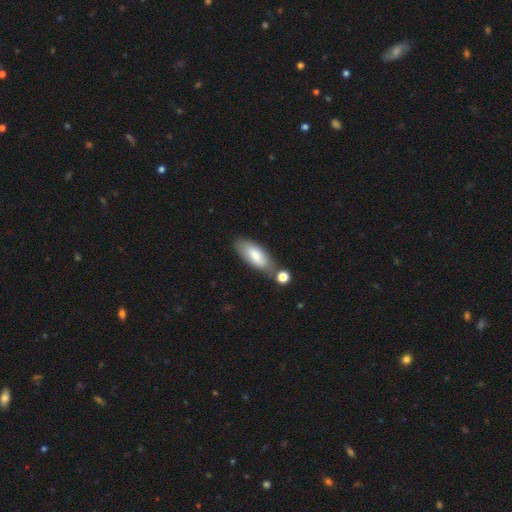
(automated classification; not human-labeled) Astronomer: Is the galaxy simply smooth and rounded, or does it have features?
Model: smooth — 74%.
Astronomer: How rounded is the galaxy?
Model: in between — 77%.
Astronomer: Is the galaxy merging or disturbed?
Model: none — 60%.